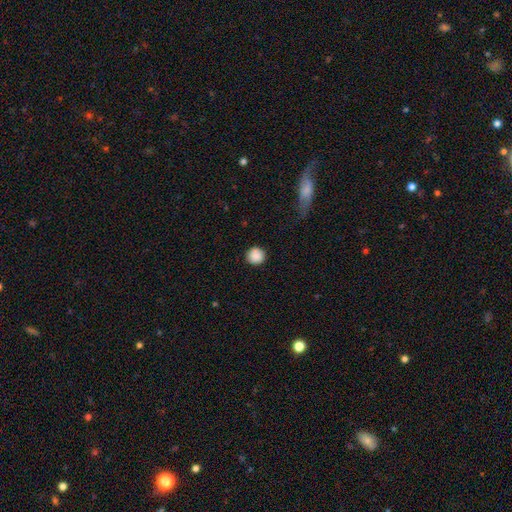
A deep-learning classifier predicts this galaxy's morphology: A smooth galaxy with no disk features (88%) that is round (94%).

Vote fractions:
- Smooth or featured? smooth: 88% / star or artifact: 9% / featured or disk: 3%
- How rounded? round: 94% / in between: 5% / cigar-shaped: 1%
- Merging? none: 88% / minor disturbance: 8% / major disturbance: 2% / merger: 1%